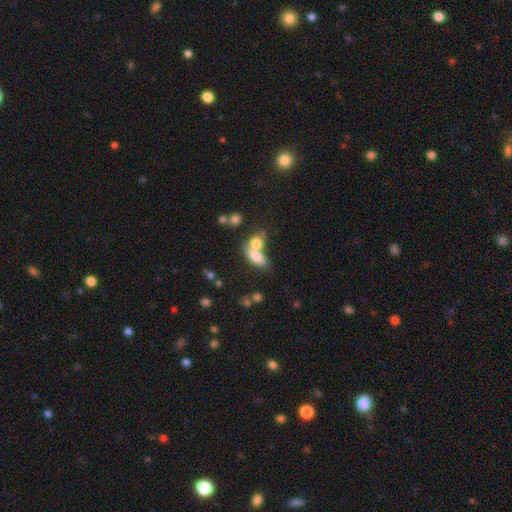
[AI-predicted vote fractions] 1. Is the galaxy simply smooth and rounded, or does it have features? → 76% smooth, 15% featured or disk, 9% star or artifact.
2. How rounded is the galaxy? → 82% in between, 10% round, 8% cigar-shaped.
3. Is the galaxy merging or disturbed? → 61% merger, 25% none, 8% minor disturbance, 5% major disturbance.